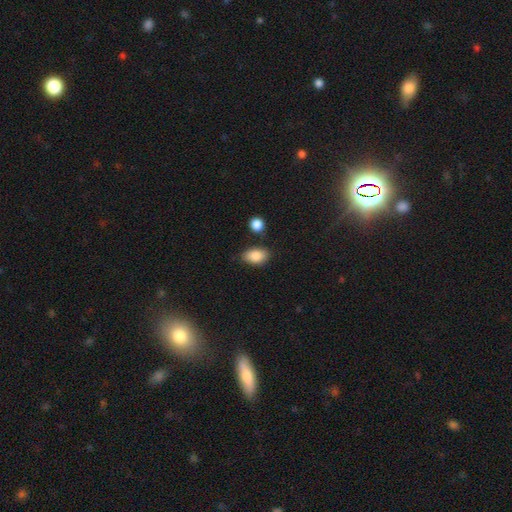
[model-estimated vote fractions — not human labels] Smooth or featured? smooth (86%)
How rounded? in between (89%)
Merging? none (76%)